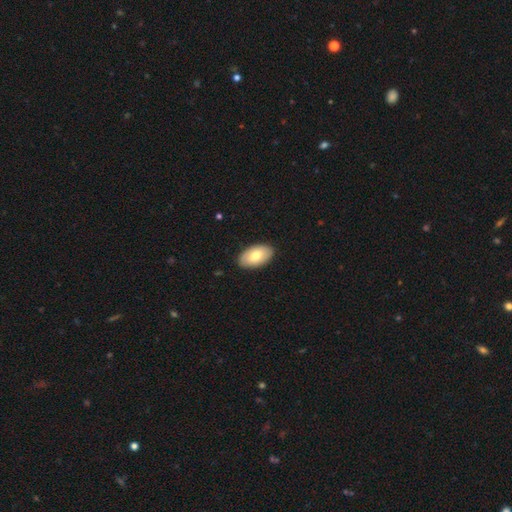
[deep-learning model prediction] Smooth or featured?
  - smooth: 74% *
  - featured or disk: 21%
  - star or artifact: 5%
How rounded?
  - in between: 95% *
  - round: 3%
  - cigar-shaped: 2%
Merging?
  - none: 89% *
  - minor disturbance: 9%
  - major disturbance: 2%
  - merger: 1%